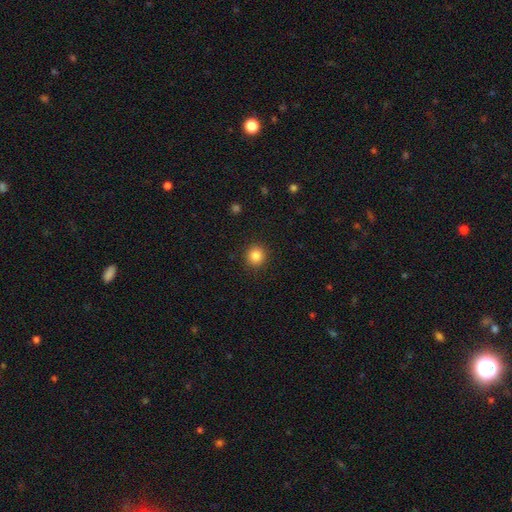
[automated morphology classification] Smooth or featured? smooth (84%)
How rounded? round (92%)
Merging? none (91%)